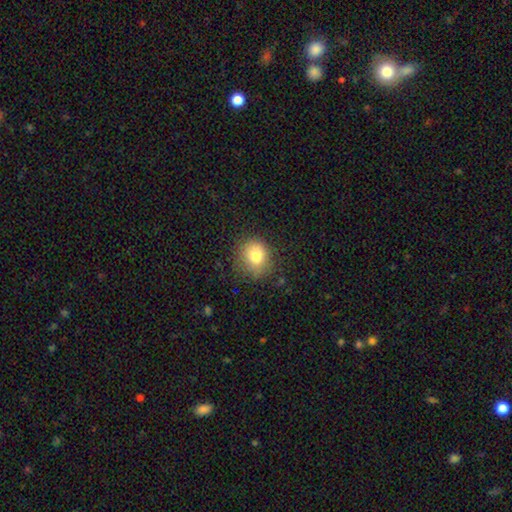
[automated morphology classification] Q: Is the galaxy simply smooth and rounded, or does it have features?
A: smooth — 80%.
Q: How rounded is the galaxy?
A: round — 75%.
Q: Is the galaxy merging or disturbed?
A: none — 77%.